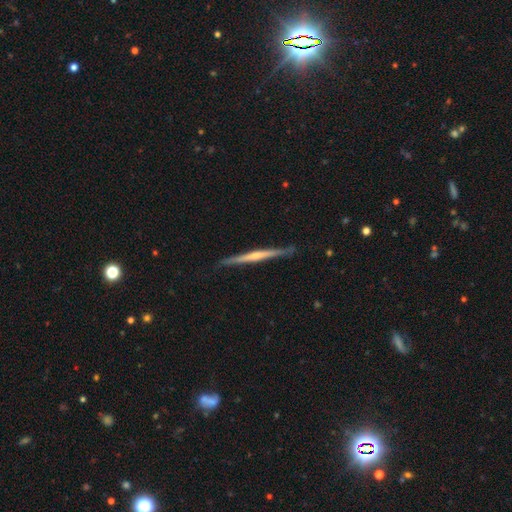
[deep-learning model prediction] A featured or disk galaxy (69%) viewed edge-on (98%) with no central bulge (47%).

Vote fractions:
- Smooth or featured? featured or disk: 69% / smooth: 26% / star or artifact: 5%
- Edge-on disk? yes: 98% / no: 2%
- Edge-on bulge? none: 47% / rounded: 43% / boxy: 10%
- Merging? none: 88% / minor disturbance: 9% / major disturbance: 1% / merger: 1%